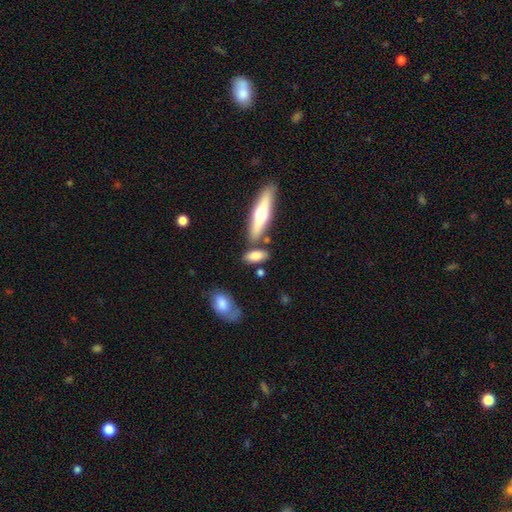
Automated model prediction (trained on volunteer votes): Smooth or featured: smooth — 75% (featured or disk — 19%)
How rounded: in between — 72% (cigar-shaped — 24%)
Merging: none — 67% (merger — 15%)